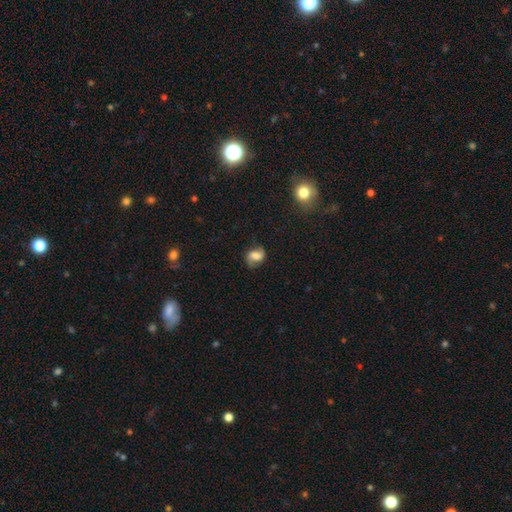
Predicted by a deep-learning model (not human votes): Smooth or featured?
  - featured or disk: 57% *
  - smooth: 34%
  - star or artifact: 10%
Edge-on disk?
  - no: 97% *
  - yes: 3%
Bar?
  - weak: 42% *
  - no: 38%
  - strong: 20%
Spiral arms?
  - yes: 90% *
  - no: 10%
Bulge size?
  - moderate: 40% *
  - large: 27%
  - small: 17%
  - none: 11%
  - dominant: 4%
Merging?
  - none: 72% *
  - minor disturbance: 18%
  - major disturbance: 8%
  - merger: 2%